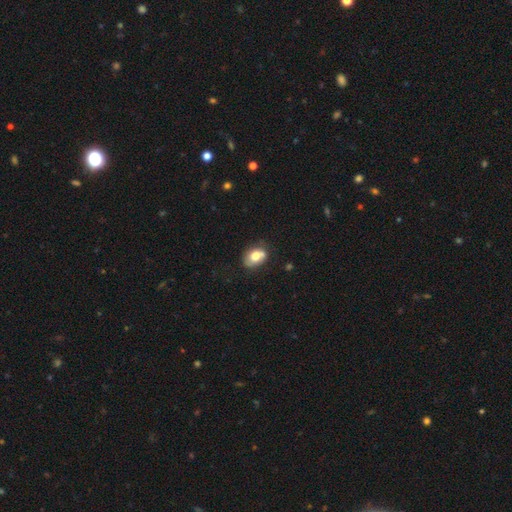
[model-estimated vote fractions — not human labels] smooth_or_featured: smooth (p=0.67) [alt: featured or disk p=0.24]
how_rounded: in between (p=0.74) [alt: round p=0.25]
merging: none (p=0.61) [alt: minor disturbance p=0.25]